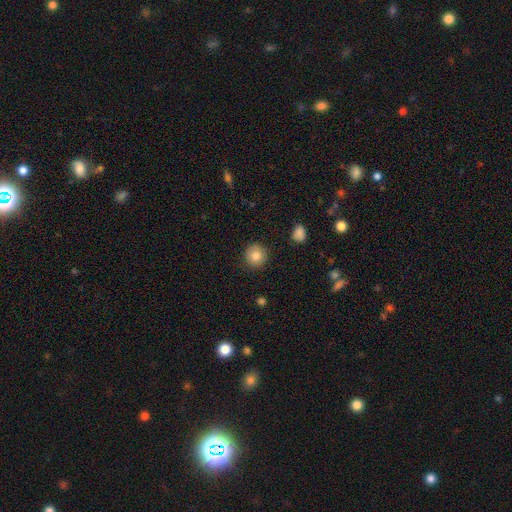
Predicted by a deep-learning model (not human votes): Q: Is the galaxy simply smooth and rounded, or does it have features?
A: smooth — 84%.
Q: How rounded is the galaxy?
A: round — 91%.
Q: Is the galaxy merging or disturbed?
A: none — 89%.